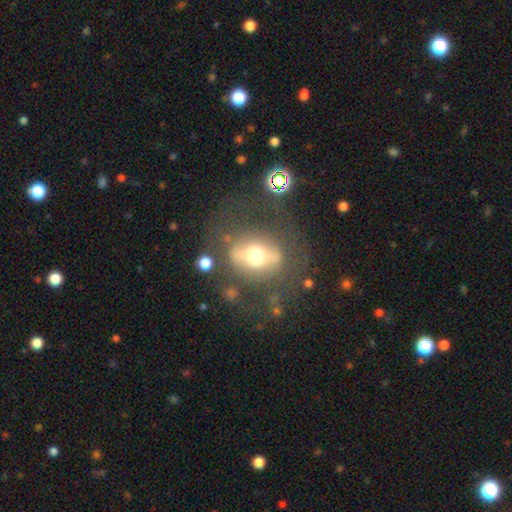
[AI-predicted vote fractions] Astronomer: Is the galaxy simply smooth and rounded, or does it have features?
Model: featured or disk — 46% (runner-up: smooth, 42%).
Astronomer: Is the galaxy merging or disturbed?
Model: none — 69%.